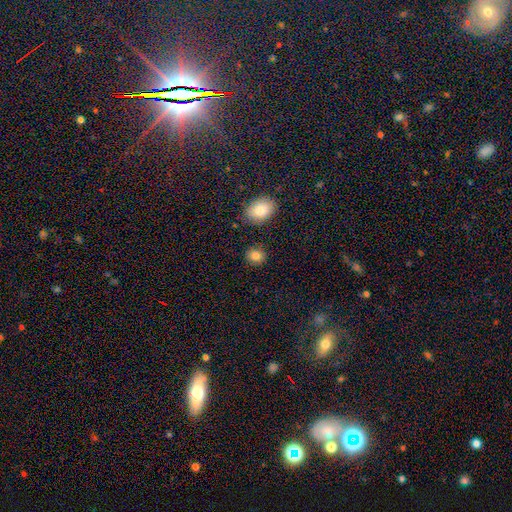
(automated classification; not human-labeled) This appears to be a smooth galaxy with no disk features (85%) that is round (67%). Merging: none (86%).